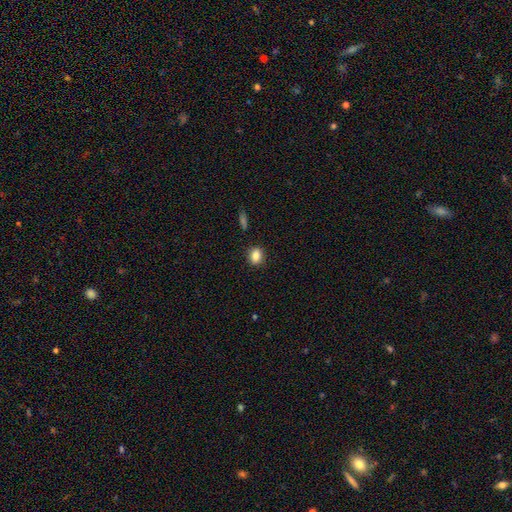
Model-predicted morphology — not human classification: smooth_or_featured: smooth (p=0.84) [alt: star or artifact p=0.10]
how_rounded: in between (p=0.53) [alt: round p=0.45]
merging: none (p=0.87) [alt: minor disturbance p=0.09]